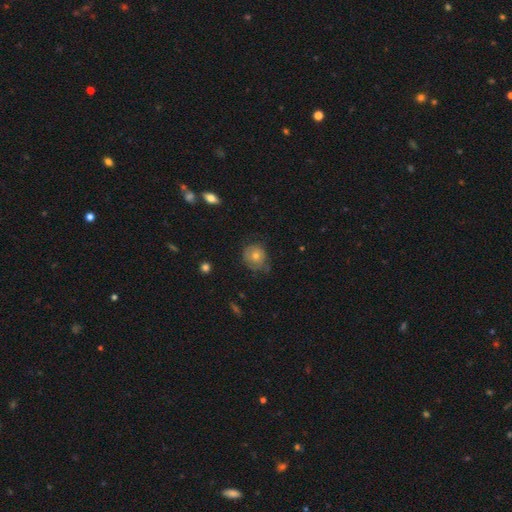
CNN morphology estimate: Smooth or featured: smooth — 48% (featured or disk — 41%)
Merging: none — 63% (minor disturbance — 26%)